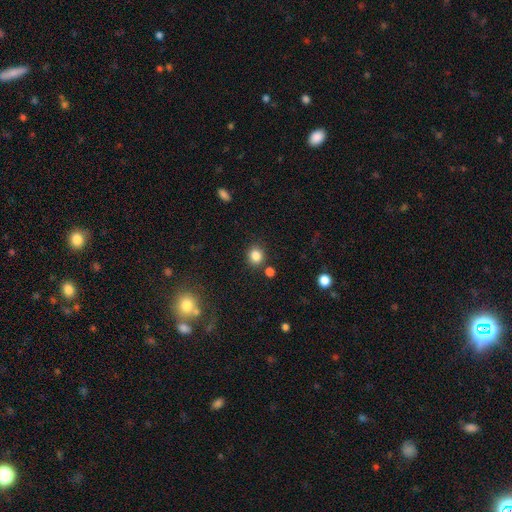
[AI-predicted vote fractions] Q: Smooth or featured?
A: smooth (84%); runner-up: star or artifact (11%)
Q: How rounded?
A: round (80%); runner-up: in between (19%)
Q: Merging?
A: none (83%); runner-up: minor disturbance (9%)